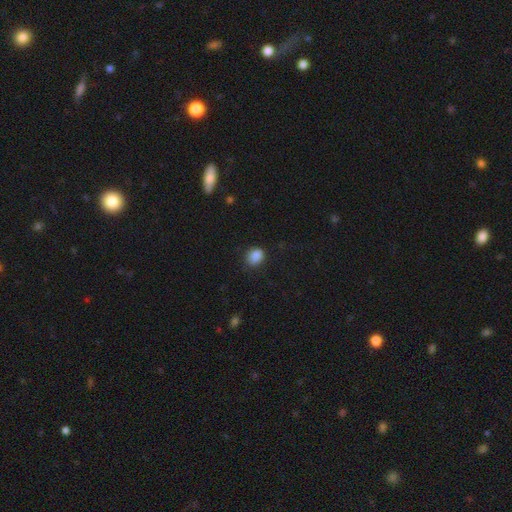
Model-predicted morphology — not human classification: type=smooth (87%); roundness=round (54%); merging=none (77%).